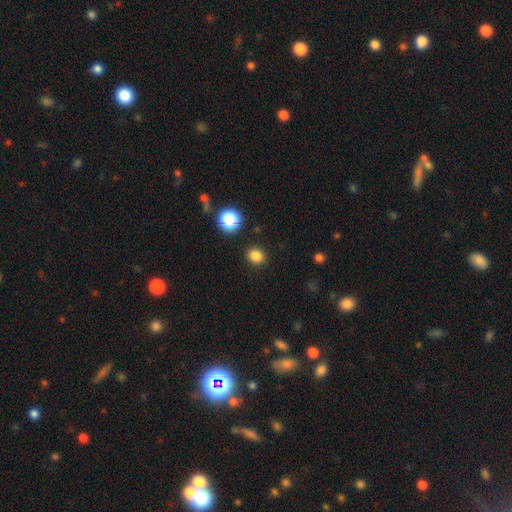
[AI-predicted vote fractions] The model was most divided on "how rounded": round: 73%, in between: 26%, cigar-shaped: 1%. More confident: merging — none (89%); smooth or featured — smooth (83%).